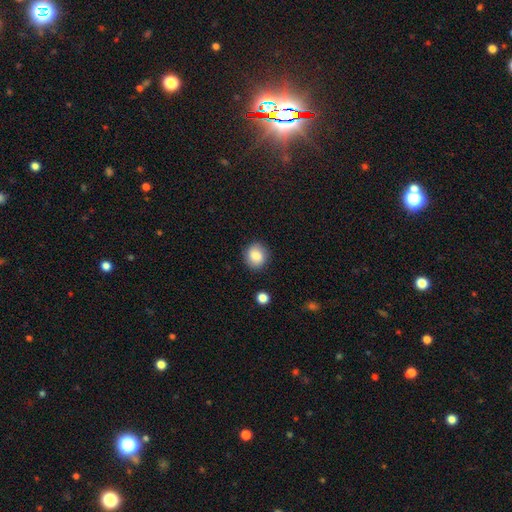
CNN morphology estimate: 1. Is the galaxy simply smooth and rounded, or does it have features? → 85% smooth, 9% star or artifact, 7% featured or disk.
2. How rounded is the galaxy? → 84% round, 16% in between, 1% cigar-shaped.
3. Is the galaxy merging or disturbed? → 87% none, 9% minor disturbance, 2% major disturbance, 2% merger.